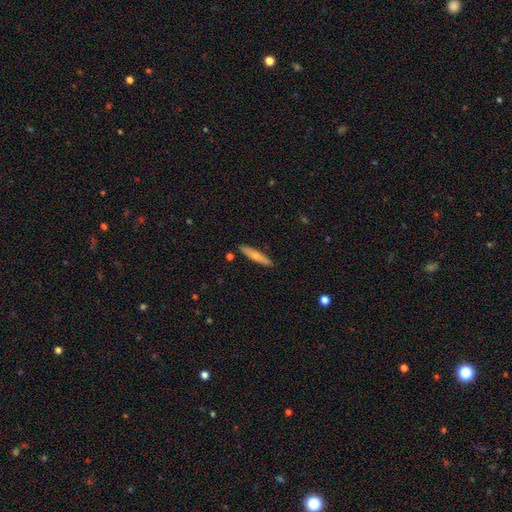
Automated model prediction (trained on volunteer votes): smooth-or-featured: smooth: 62% | featured or disk: 32% | star or artifact: 6%
  how-rounded: cigar-shaped: 87% | in between: 12% | round: 2%
  merging: none: 88% | minor disturbance: 9% | merger: 2% | major disturbance: 2%